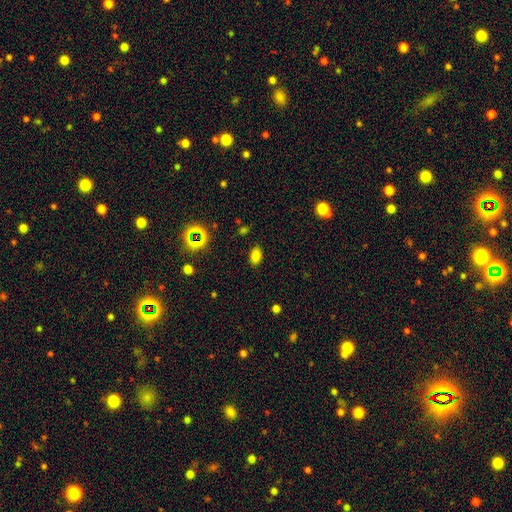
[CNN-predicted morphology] Smooth or featured? smooth (78%)
How rounded? in between (88%)
Merging? none (85%)